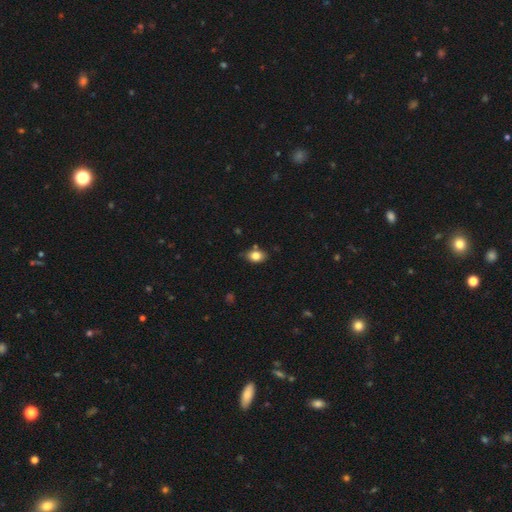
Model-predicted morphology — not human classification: Smooth or featured? smooth (82%)
How rounded? in between (77%)
Merging? none (74%)